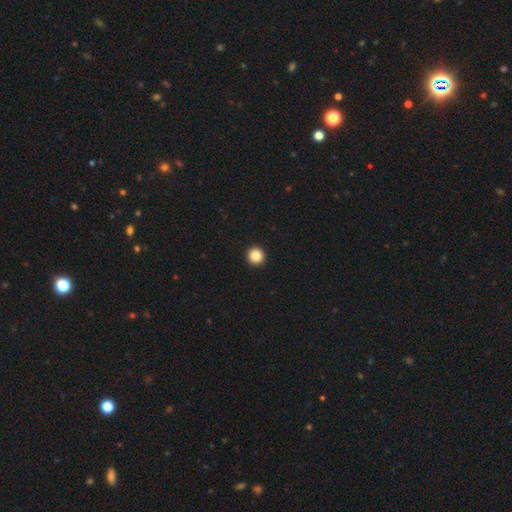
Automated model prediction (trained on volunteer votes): Smooth or featured? smooth (85%)
How rounded? round (97%)
Merging? none (95%)